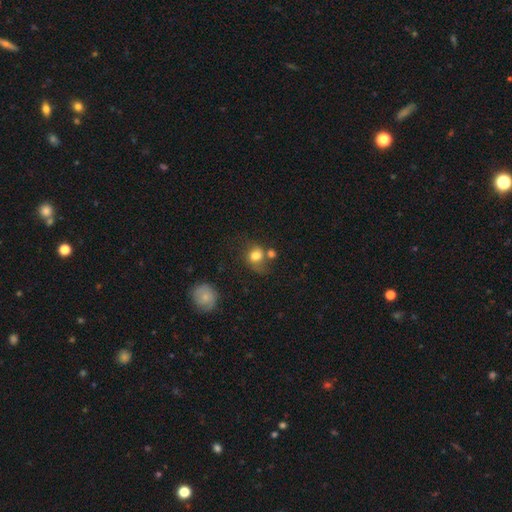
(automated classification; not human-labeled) smooth 75%, featured or disk 14%, star or artifact 11%. Down the decision tree: how rounded — round (70%); merging — none (46%).